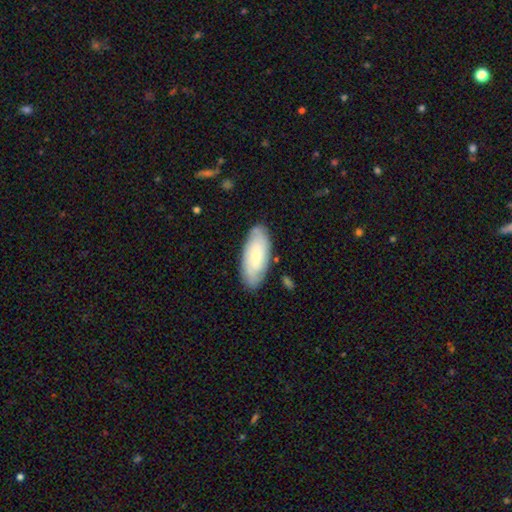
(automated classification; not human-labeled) Overall: smooth (57%; featured or disk 37%). How rounded: in between (81%). Merging: none (82%).